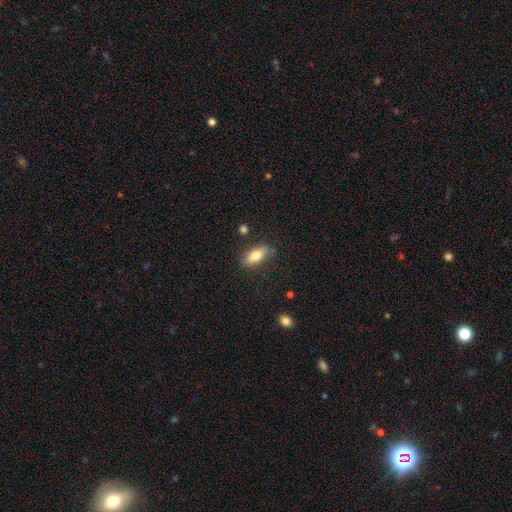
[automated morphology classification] A smooth galaxy with no disk features (76%) that is in between round and cigar-shaped (81%). Merging: none (79%).